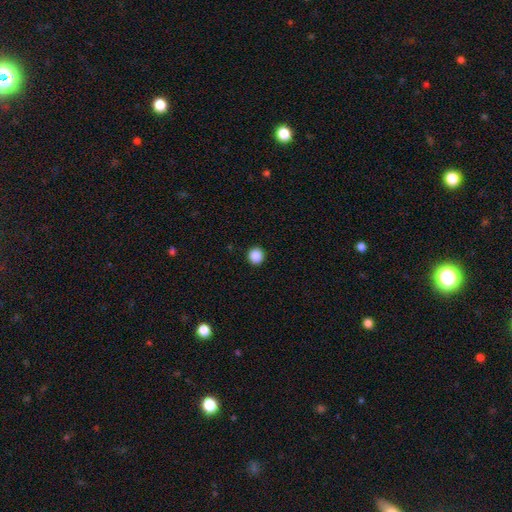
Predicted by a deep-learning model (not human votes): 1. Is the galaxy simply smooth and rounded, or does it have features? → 88% smooth, 9% star or artifact, 2% featured or disk.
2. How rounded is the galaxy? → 92% round, 7% in between, 1% cigar-shaped.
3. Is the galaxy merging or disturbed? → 93% none, 5% minor disturbance, 2% major disturbance, 1% merger.